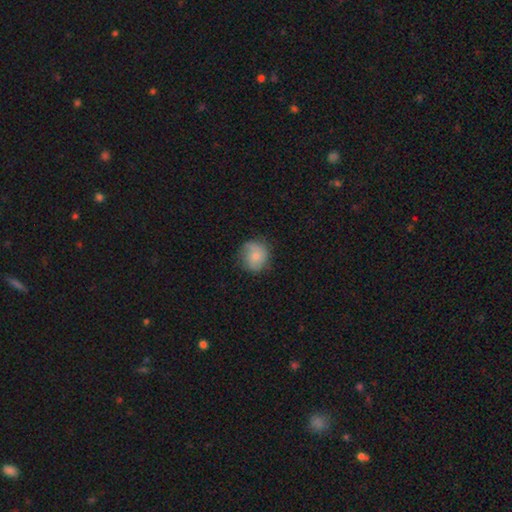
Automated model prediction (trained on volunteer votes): A smooth galaxy with no disk features (61%) that is round (82%).

Vote fractions:
- Smooth or featured? smooth: 61% / featured or disk: 32% / star or artifact: 7%
- How rounded? round: 82% / in between: 17% / cigar-shaped: 1%
- Merging? none: 70% / minor disturbance: 22% / major disturbance: 7% / merger: 1%